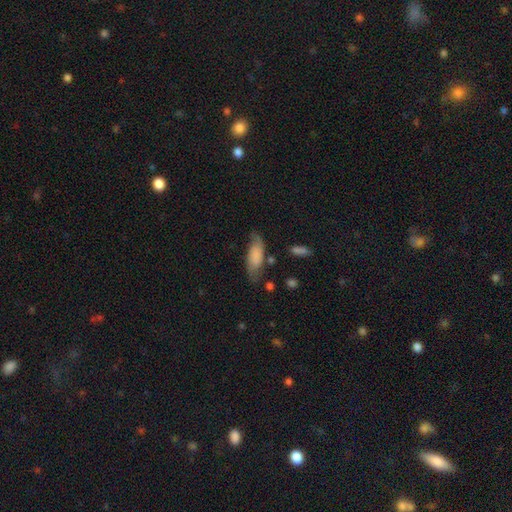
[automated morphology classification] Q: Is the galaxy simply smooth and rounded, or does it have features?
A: smooth — 57%.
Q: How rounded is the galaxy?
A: in between — 76%.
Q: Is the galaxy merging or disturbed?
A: none — 60%.